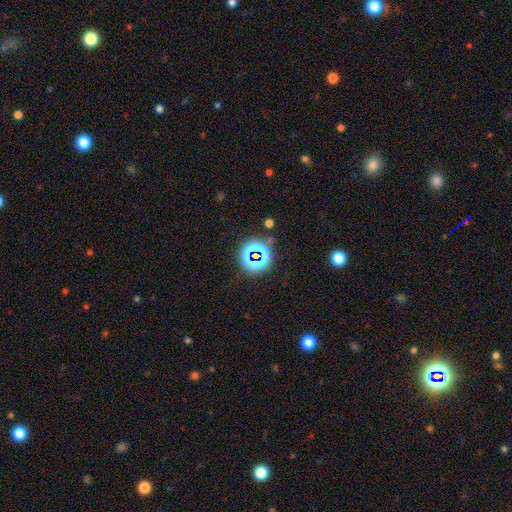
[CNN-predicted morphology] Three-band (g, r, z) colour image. It shows a star or artifact, not a galaxy (68%).